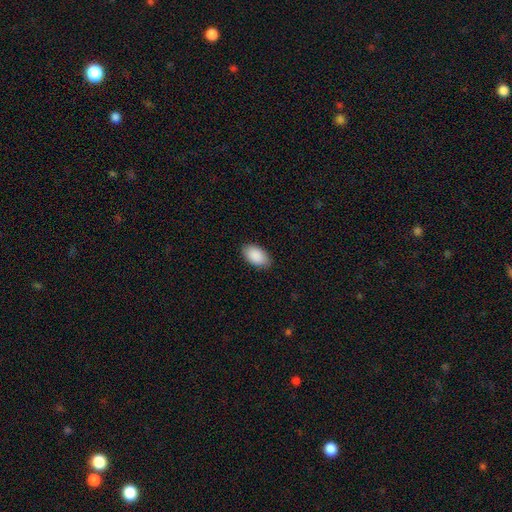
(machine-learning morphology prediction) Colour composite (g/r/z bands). It shows a smooth galaxy with no disk features (91%) that is in between round and cigar-shaped (95%). Merging: none (88%).